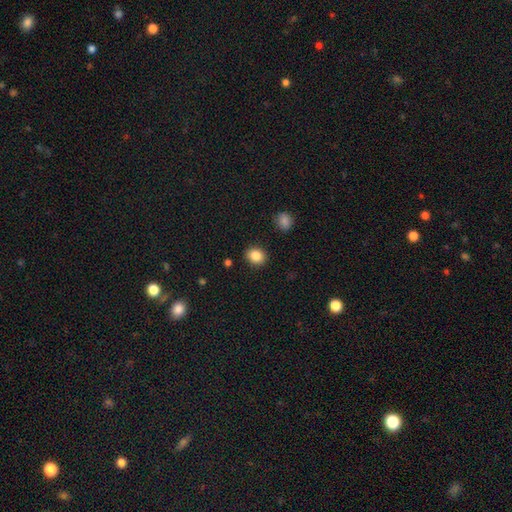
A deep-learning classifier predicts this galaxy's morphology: Overall: smooth (86%). How rounded: round (61%; in between 38%). Merging: none (89%).